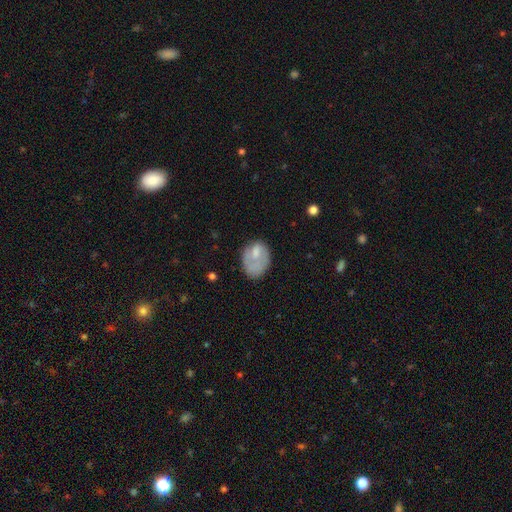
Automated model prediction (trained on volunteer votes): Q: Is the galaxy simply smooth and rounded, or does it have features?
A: smooth — 59%.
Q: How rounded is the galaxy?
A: in between — 72%.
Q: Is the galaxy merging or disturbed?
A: none — 44%.